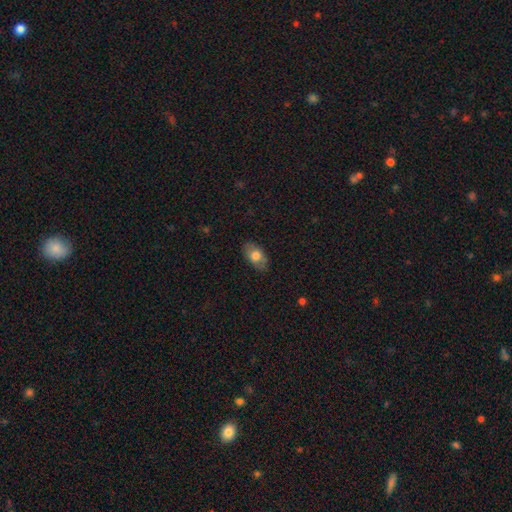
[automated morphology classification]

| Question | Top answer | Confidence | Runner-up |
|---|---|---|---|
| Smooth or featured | smooth | 75% | featured or disk (18%) |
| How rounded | in between | 90% | round (8%) |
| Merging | none | 81% | minor disturbance (15%) |